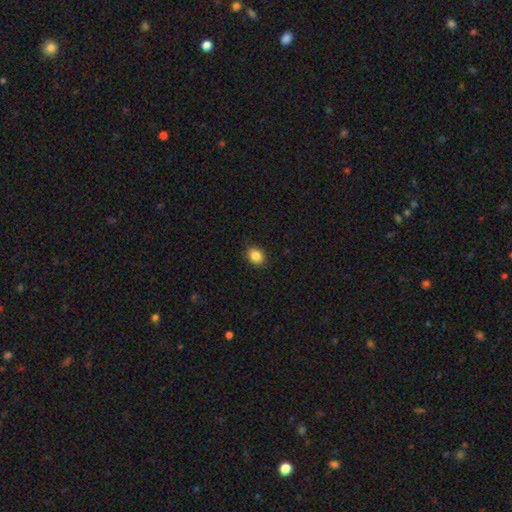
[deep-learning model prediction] smooth_or_featured: smooth (p=0.86) [alt: star or artifact p=0.09]
how_rounded: in between (p=0.57) [alt: round p=0.42]
merging: none (p=0.89) [alt: minor disturbance p=0.08]